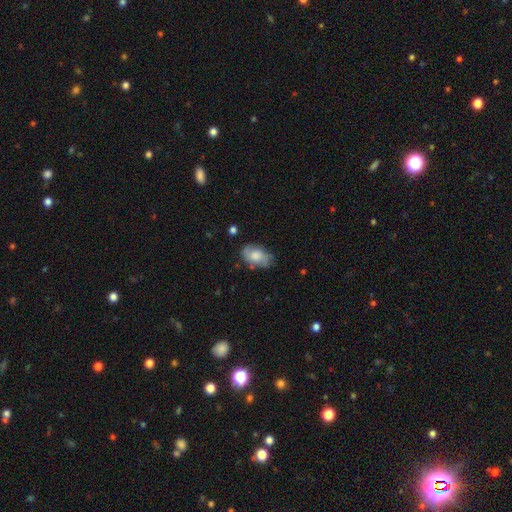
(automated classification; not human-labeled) A smooth galaxy with no disk features (55%) that is in between round and cigar-shaped (89%). Merging: none (68%).